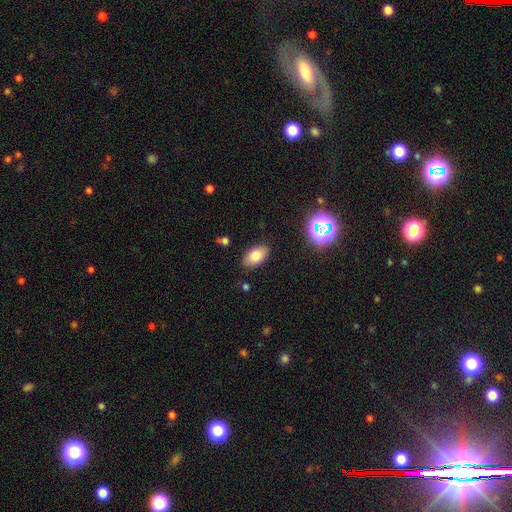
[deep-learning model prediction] Smooth or featured? Predicted: smooth (p=0.79). How rounded? Predicted: in between (p=0.92). Merging? Predicted: none (p=0.85).